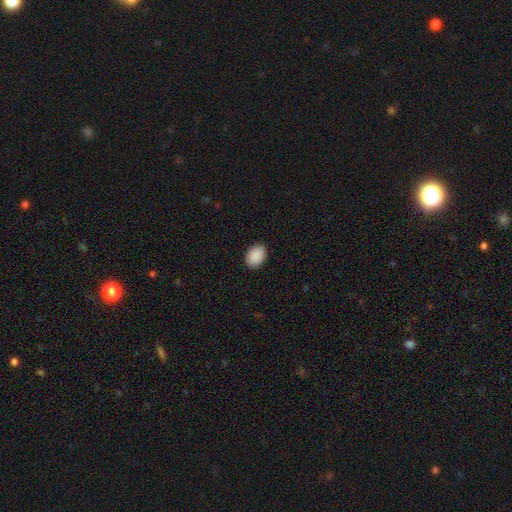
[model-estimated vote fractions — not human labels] Smooth or featured? smooth (91%)
How rounded? in between (79%)
Merging? none (91%)